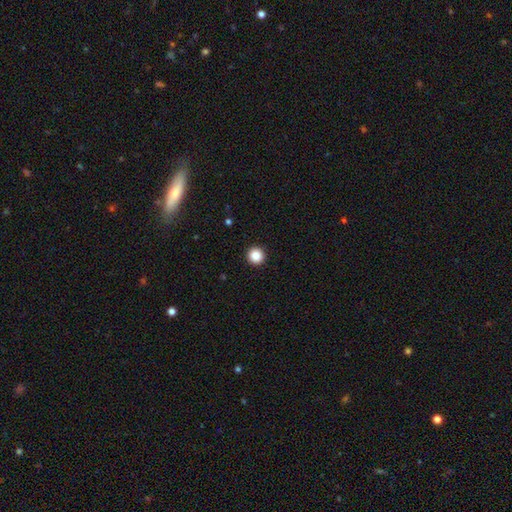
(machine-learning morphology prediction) Overall: smooth (86%). How rounded: round (96%). Merging: none (94%).